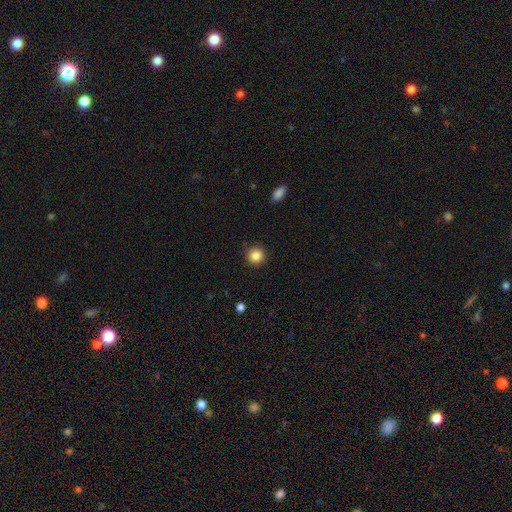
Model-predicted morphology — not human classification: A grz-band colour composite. It shows a smooth galaxy with no disk features (86%) that is round (93%). Merging: none (90%).